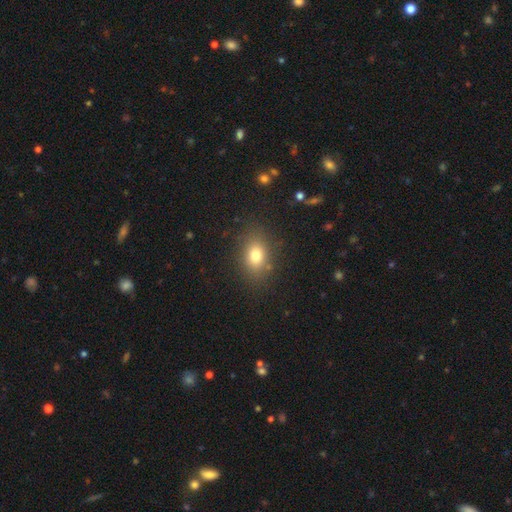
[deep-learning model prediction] This appears to be a smooth galaxy with no disk features (77%) that is in between round and cigar-shaped (67%). Merging: none (84%).